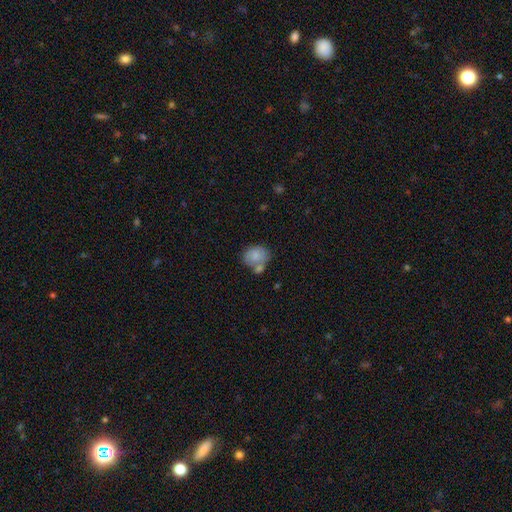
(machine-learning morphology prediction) smooth 78%, featured or disk 15%, star or artifact 7%. Down the decision tree: how rounded — round (57%); merging — none (43%).